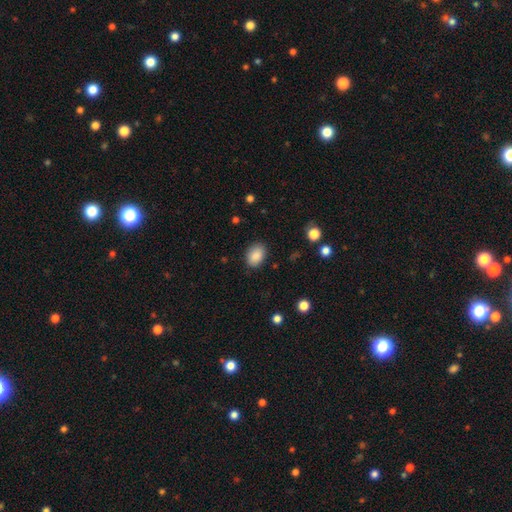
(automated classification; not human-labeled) Smooth or featured? smooth (88%)
How rounded? in between (76%)
Merging? none (86%)